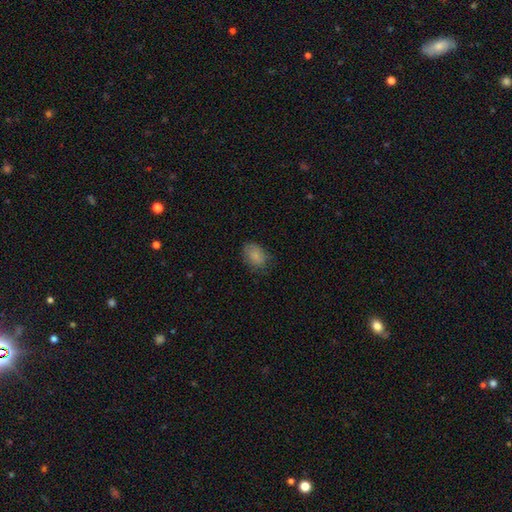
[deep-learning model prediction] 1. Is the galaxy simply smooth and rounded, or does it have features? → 83% smooth, 9% featured or disk, 8% star or artifact.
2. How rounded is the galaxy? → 77% in between, 22% round, 1% cigar-shaped.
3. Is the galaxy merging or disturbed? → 69% none, 23% minor disturbance, 6% major disturbance, 1% merger.